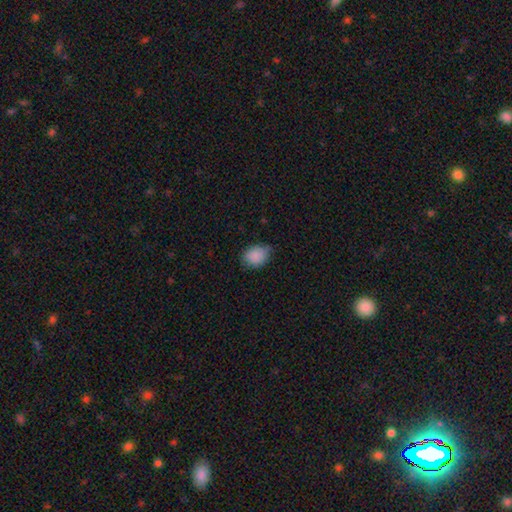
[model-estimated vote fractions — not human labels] A smooth galaxy with no disk features (88%) that is in between round and cigar-shaped (57%).

Vote fractions:
- Smooth or featured? smooth: 88% / star or artifact: 8% / featured or disk: 4%
- How rounded? in between: 57% / round: 42% / cigar-shaped: 1%
- Merging? none: 70% / minor disturbance: 25% / major disturbance: 4% / merger: 1%